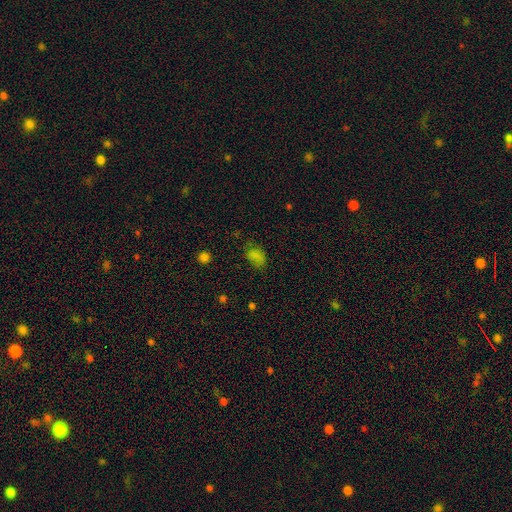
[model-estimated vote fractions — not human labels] Q: Smooth or featured?
A: smooth (74%); runner-up: star or artifact (19%)
Q: How rounded?
A: in between (84%); runner-up: round (14%)
Q: Merging?
A: none (61%); runner-up: minor disturbance (26%)